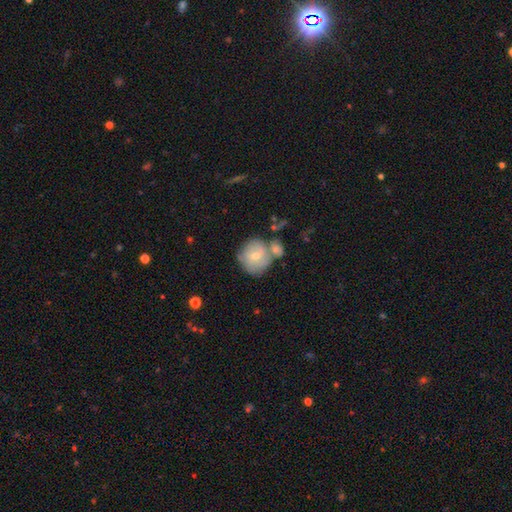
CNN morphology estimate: The model was most divided on "smooth or featured": smooth: 54%, featured or disk: 36%, star or artifact: 10%. More confident: how rounded — round (86%); merging — none (52%).